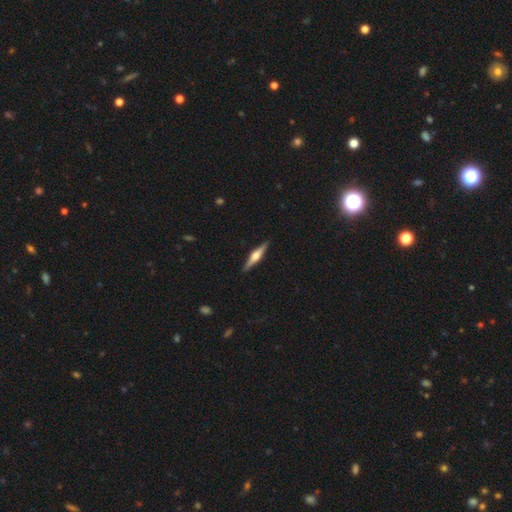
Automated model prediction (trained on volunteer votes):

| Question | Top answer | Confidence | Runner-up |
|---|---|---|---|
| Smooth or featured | featured or disk | 71% | smooth (24%) |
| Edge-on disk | yes | 98% | no (2%) |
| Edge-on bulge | rounded | 90% | boxy (7%) |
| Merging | none | 91% | minor disturbance (6%) |